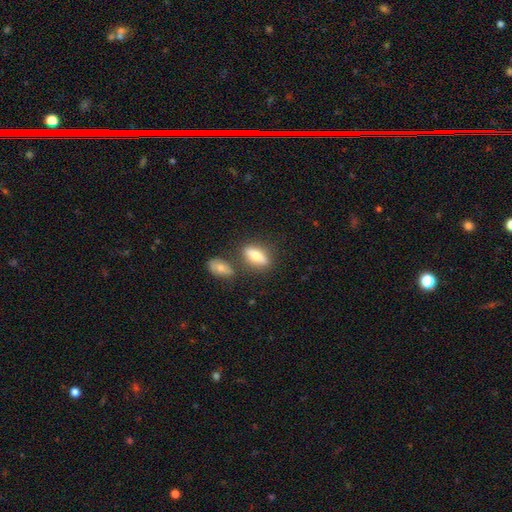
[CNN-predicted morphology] A smooth galaxy with no disk features (67%) that is in between round and cigar-shaped (73%).

Vote fractions:
- Smooth or featured? smooth: 67% / featured or disk: 26% / star or artifact: 7%
- How rounded? in between: 73% / cigar-shaped: 22% / round: 5%
- Merging? none: 72% / merger: 13% / minor disturbance: 11% / major disturbance: 4%